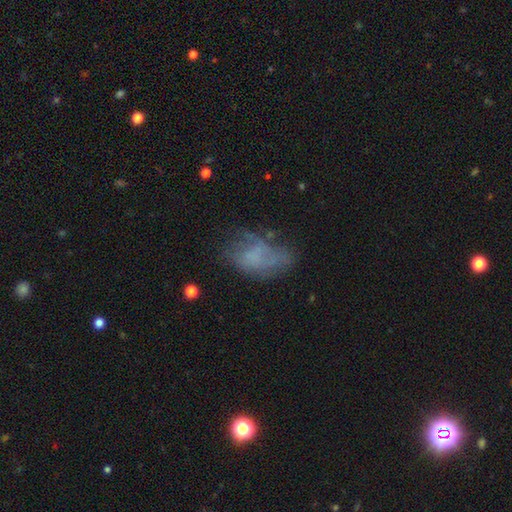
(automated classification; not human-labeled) Smooth or featured? smooth (49%)
Merging? none (42%)